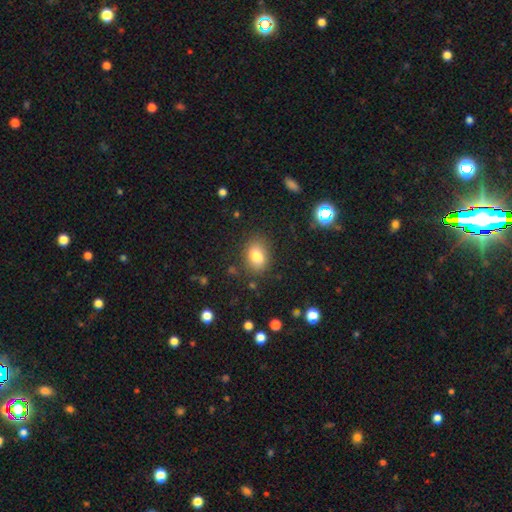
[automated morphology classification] A smooth galaxy with no disk features (80%) that is in between round and cigar-shaped (72%).

Vote fractions:
- Smooth or featured? smooth: 80% / star or artifact: 11% / featured or disk: 9%
- How rounded? in between: 72% / round: 26% / cigar-shaped: 1%
- Merging? none: 78% / minor disturbance: 14% / major disturbance: 4% / merger: 4%